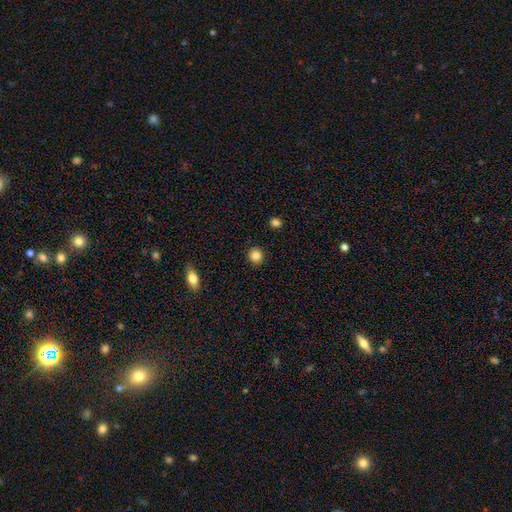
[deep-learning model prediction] Smooth or featured: smooth — 85% (star or artifact — 10%)
How rounded: round — 88% (in between — 11%)
Merging: none — 91% (minor disturbance — 6%)